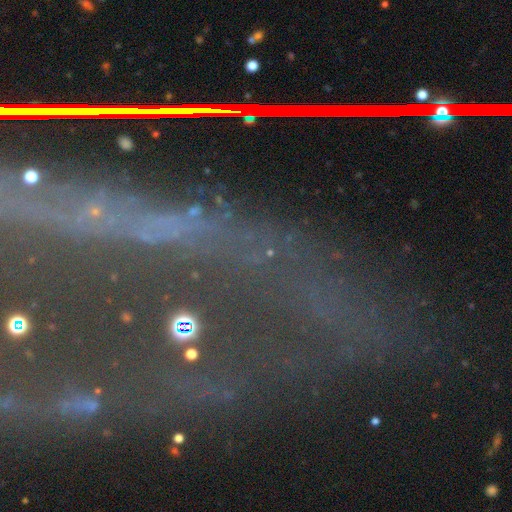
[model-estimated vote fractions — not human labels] Smooth or featured: star or artifact — 78% (featured or disk — 13%)